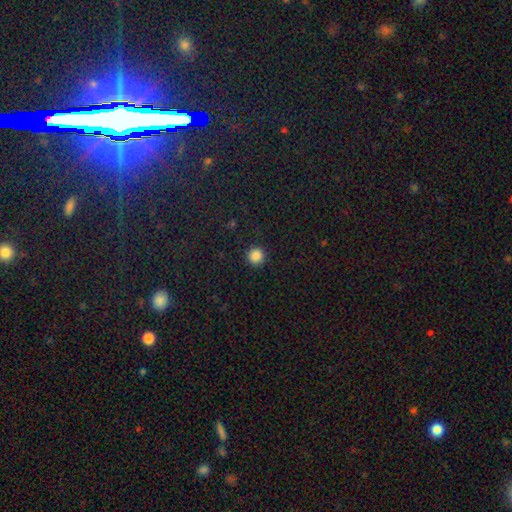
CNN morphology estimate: Smooth or featured? Predicted: smooth (p=0.86). How rounded? Predicted: round (p=0.95). Merging? Predicted: none (p=0.92).